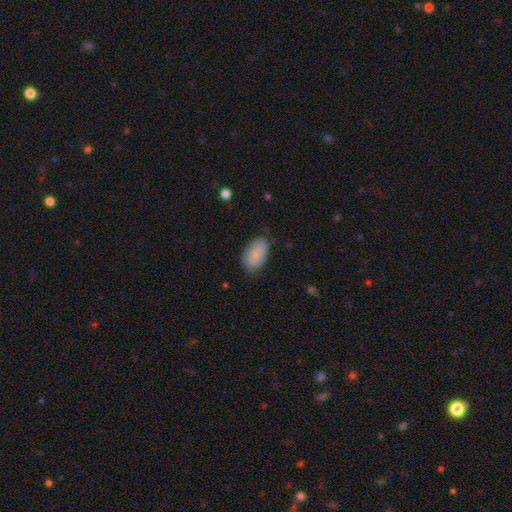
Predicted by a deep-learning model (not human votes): Smooth or featured? Predicted: smooth (p=0.79). How rounded? Predicted: in between (p=0.93). Merging? Predicted: none (p=0.75).